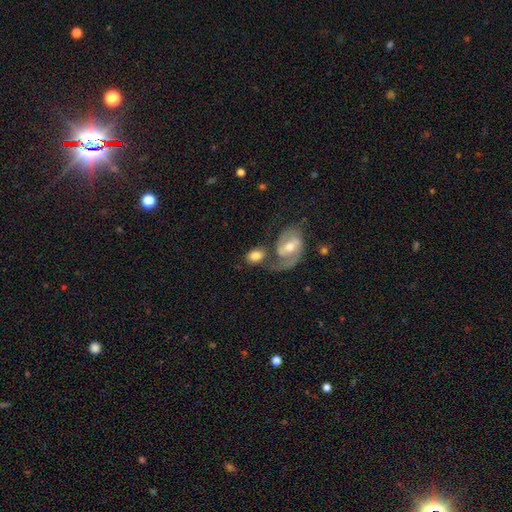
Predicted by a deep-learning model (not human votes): Smooth or featured?
  - smooth: 57% *
  - featured or disk: 36%
  - star or artifact: 7%
How rounded?
  - in between: 70% *
  - round: 28%
  - cigar-shaped: 2%
Merging?
  - none: 44% *
  - merger: 32%
  - minor disturbance: 15%
  - major disturbance: 9%